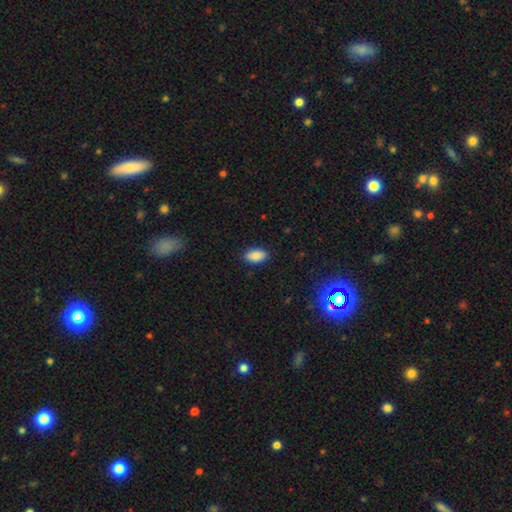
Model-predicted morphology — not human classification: Smooth or featured: smooth — 88% (star or artifact — 8%)
How rounded: in between — 93% (round — 4%)
Merging: none — 88% (minor disturbance — 9%)